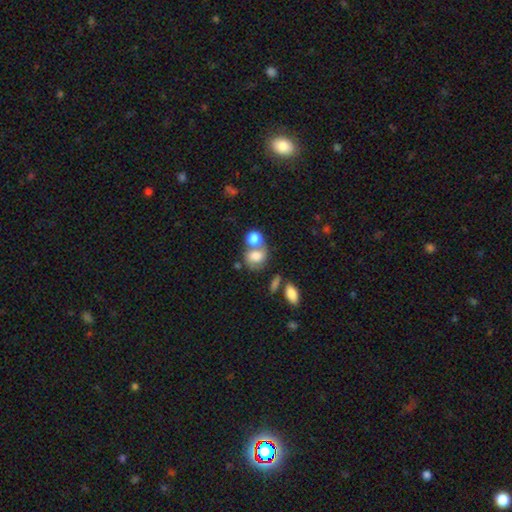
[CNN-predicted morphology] Smooth or featured: smooth — 72% (featured or disk — 19%)
How rounded: round — 52% (in between — 47%)
Merging: merger — 46% (none — 33%)